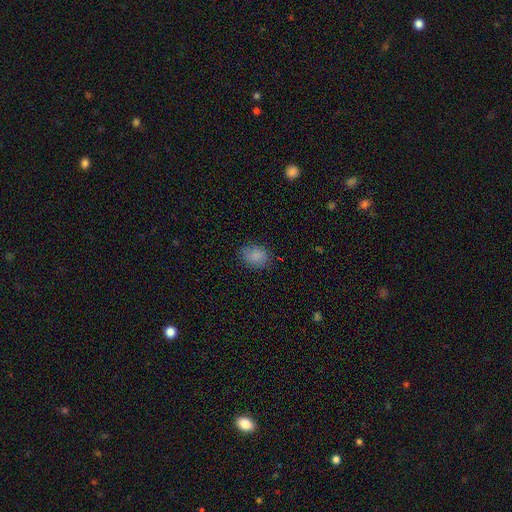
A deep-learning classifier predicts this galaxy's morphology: Smooth or featured? smooth (86%)
How rounded? in between (58%)
Merging? none (81%)